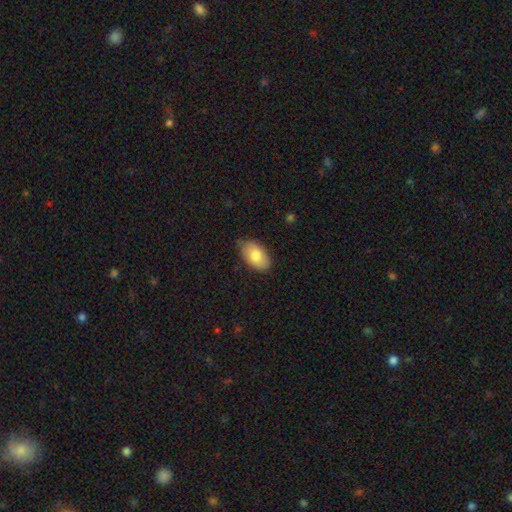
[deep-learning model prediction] Smooth or featured? smooth (80%)
How rounded? in between (94%)
Merging? none (74%)